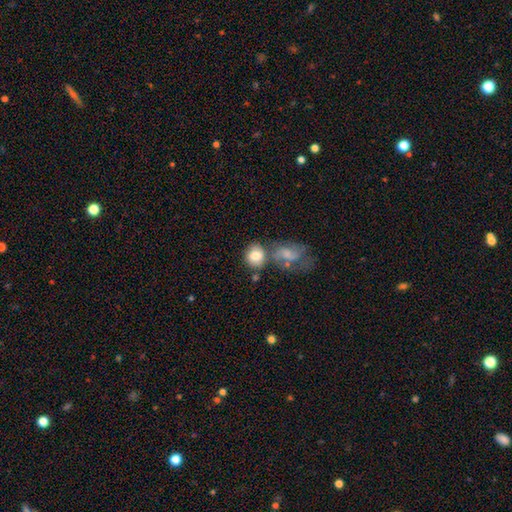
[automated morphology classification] type=smooth (77%); roundness=round (69%); merging=none (43%).